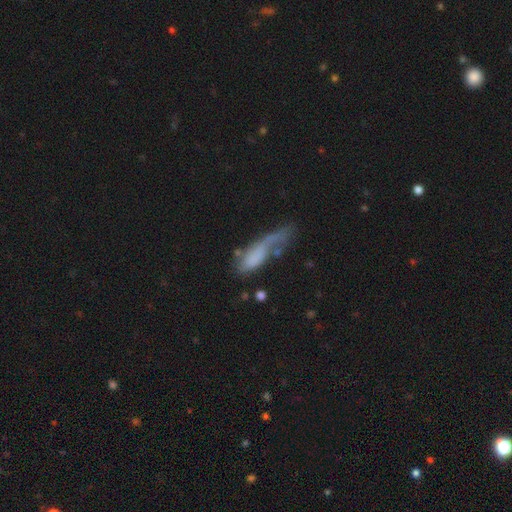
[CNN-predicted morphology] Smooth or featured? Predicted: smooth (p=0.57). How rounded? Predicted: in between (p=0.49). Merging? Predicted: major disturbance (p=0.38).